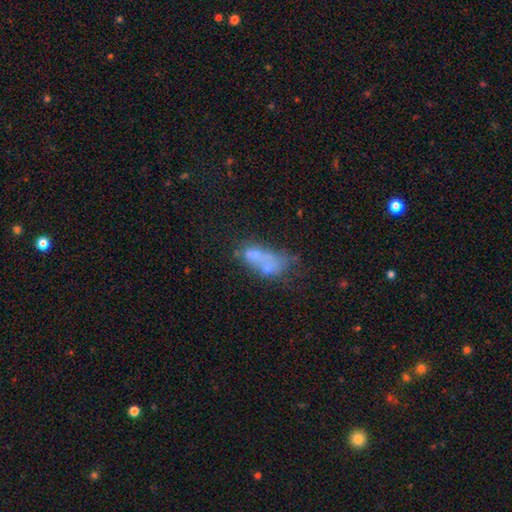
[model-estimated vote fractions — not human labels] Morphology: type=smooth (49%); merging=merger (40%).